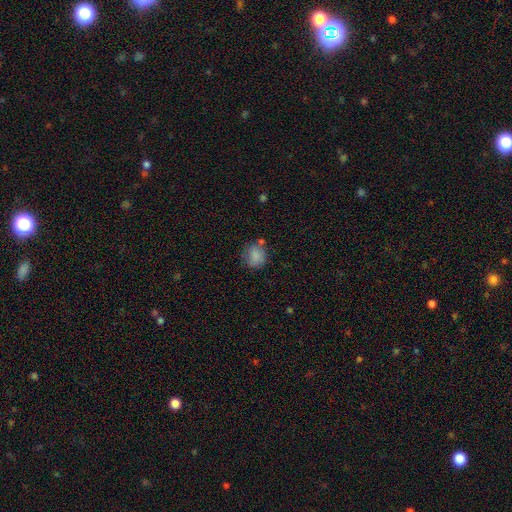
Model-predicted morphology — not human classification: Smooth or featured: smooth — 81% (star or artifact — 10%)
How rounded: round — 74% (in between — 25%)
Merging: none — 63% (minor disturbance — 21%)